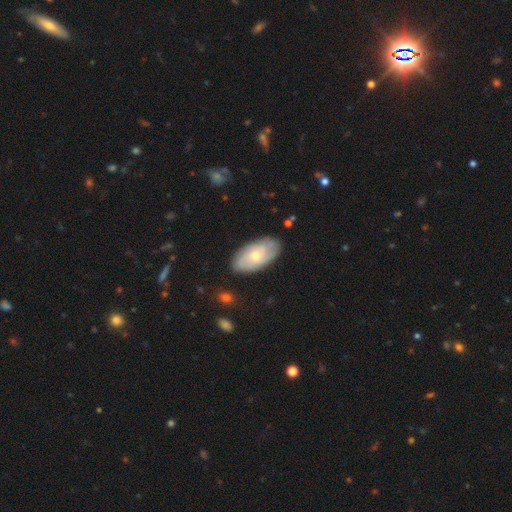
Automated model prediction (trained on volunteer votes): Overall: featured or disk (47%, tied with smooth). Merging: none (80%).